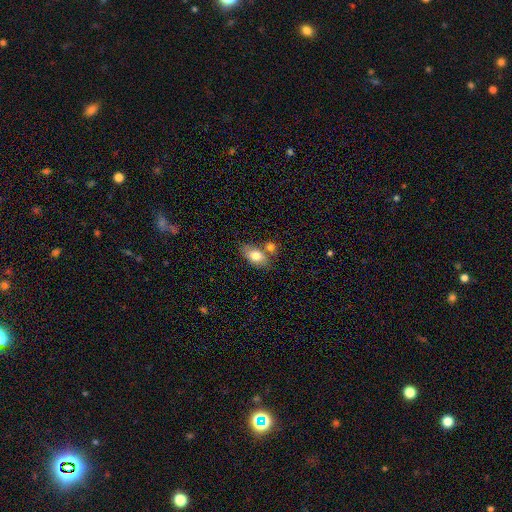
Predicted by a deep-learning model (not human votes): This is likely a smooth galaxy (77%). How rounded: clearly in between (87%). Merging: possibly none (56%).